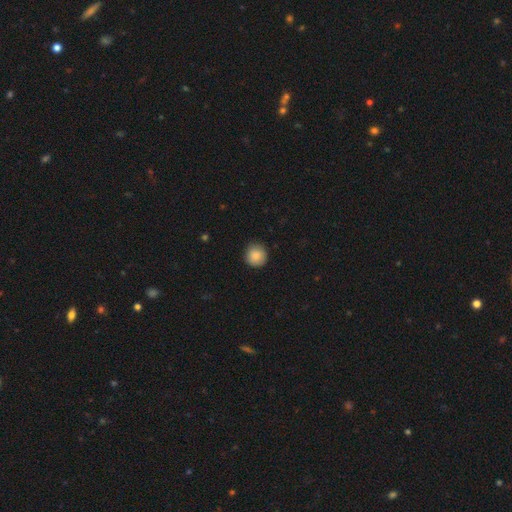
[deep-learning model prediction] Smooth or featured? Predicted: smooth (p=0.88). How rounded? Predicted: round (p=0.93). Merging? Predicted: none (p=0.88).